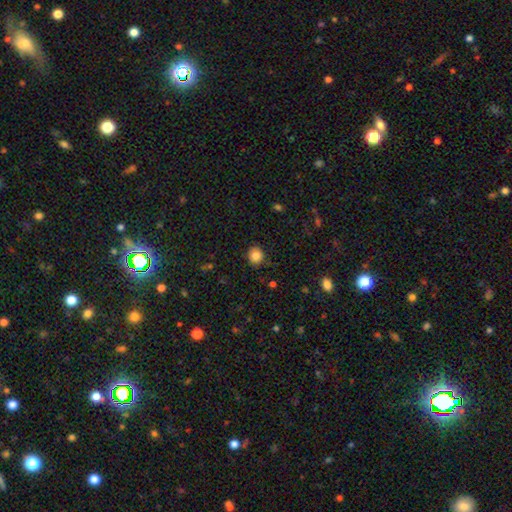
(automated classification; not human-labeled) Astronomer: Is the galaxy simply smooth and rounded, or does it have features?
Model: smooth — 85%.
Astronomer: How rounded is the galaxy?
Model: round — 81%.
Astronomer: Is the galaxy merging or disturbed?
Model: none — 86%.